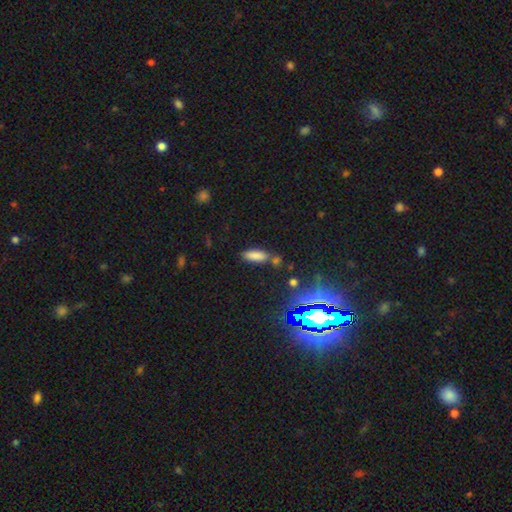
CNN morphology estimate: smooth 78%, star or artifact 15%, featured or disk 7%. Down the decision tree: how rounded — in between (62%); merging — none (67%).